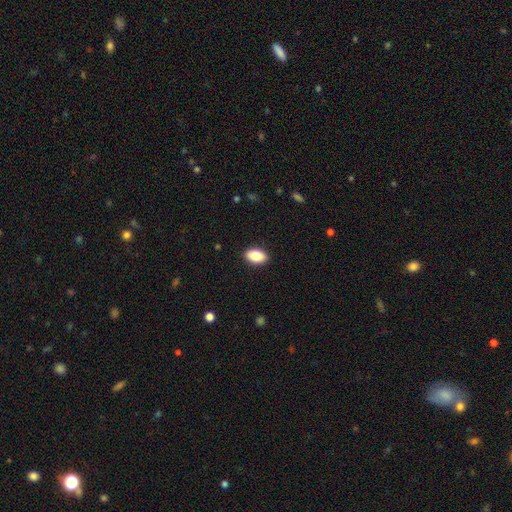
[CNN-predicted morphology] smooth-or-featured: smooth: 87% | star or artifact: 7% | featured or disk: 6%
  how-rounded: in between: 92% | round: 6% | cigar-shaped: 2%
  merging: none: 90% | minor disturbance: 7% | major disturbance: 2% | merger: 1%